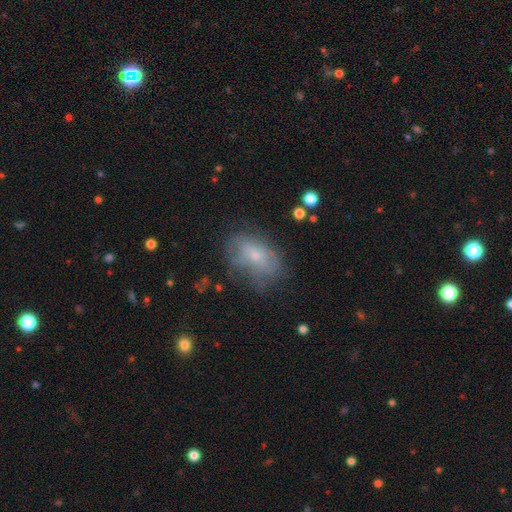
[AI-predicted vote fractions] A smooth galaxy with no disk features (51%) that is in between round and cigar-shaped (83%).

Vote fractions:
- Smooth or featured? smooth: 51% / featured or disk: 39% / star or artifact: 10%
- How rounded? in between: 83% / round: 15% / cigar-shaped: 2%
- Merging? none: 50% / minor disturbance: 28% / major disturbance: 19% / merger: 3%